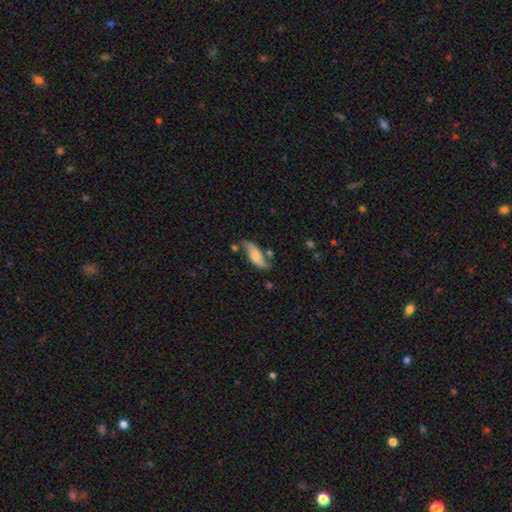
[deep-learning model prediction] Smooth or featured? smooth (51%)
How rounded? in between (71%)
Merging? none (60%)